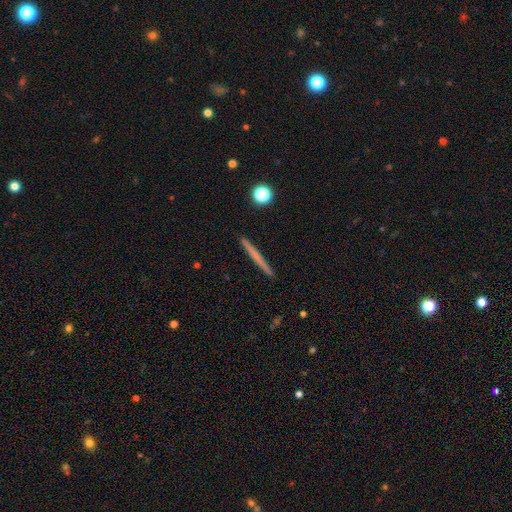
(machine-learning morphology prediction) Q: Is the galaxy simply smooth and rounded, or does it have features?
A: smooth — 54%.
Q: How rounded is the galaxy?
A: cigar-shaped — 96%.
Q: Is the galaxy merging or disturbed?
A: none — 92%.